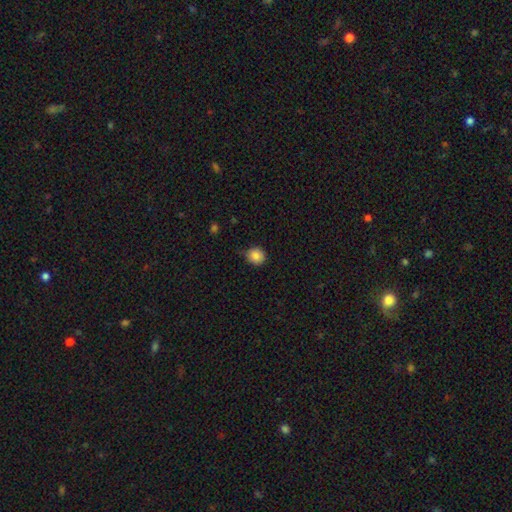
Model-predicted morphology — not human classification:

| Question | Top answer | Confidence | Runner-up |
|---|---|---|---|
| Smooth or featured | smooth | 83% | star or artifact (10%) |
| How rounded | round | 91% | in between (8%) |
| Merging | none | 73% | minor disturbance (22%) |